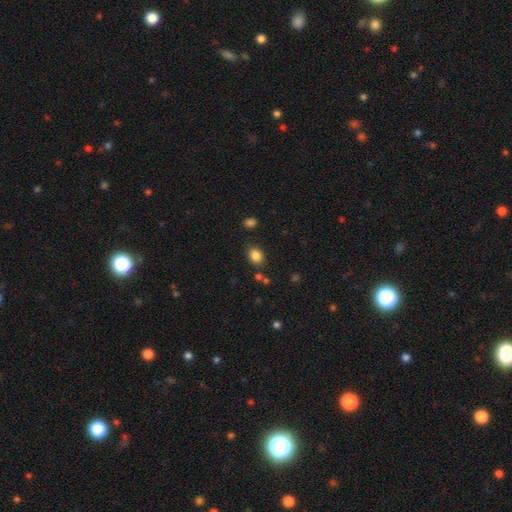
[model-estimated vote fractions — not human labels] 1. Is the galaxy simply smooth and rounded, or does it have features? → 84% smooth, 11% star or artifact, 5% featured or disk.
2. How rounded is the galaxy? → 58% in between, 41% round, 1% cigar-shaped.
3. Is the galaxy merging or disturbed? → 81% none, 11% minor disturbance, 5% merger, 3% major disturbance.